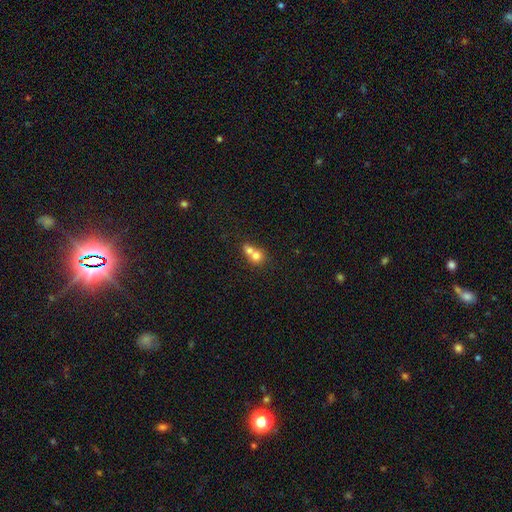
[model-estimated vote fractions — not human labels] smooth_or_featured: smooth (p=0.72) [alt: featured or disk p=0.17]
how_rounded: round (p=0.78) [alt: in between p=0.21]
merging: merger (p=0.67) [alt: none p=0.25]